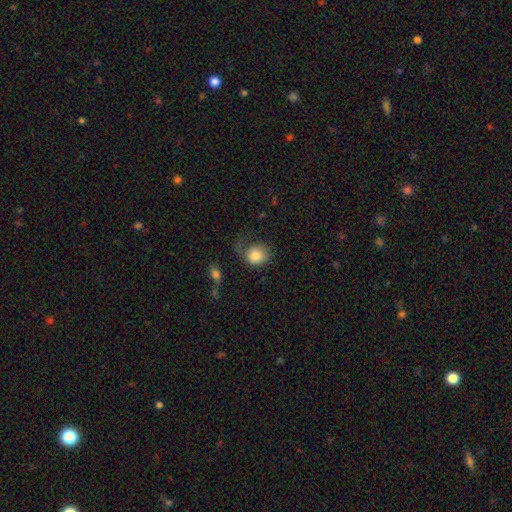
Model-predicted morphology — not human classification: smooth_or_featured: smooth (p=0.78) [alt: featured or disk p=0.13]
how_rounded: round (p=0.68) [alt: in between p=0.31]
merging: none (p=0.39) [alt: major disturbance p=0.32]